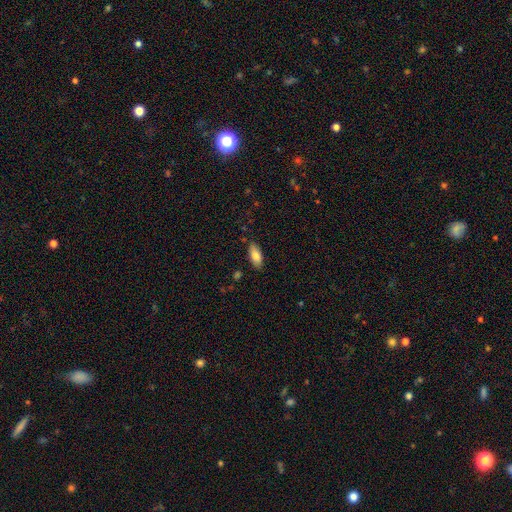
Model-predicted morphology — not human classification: Smooth or featured: smooth — 82% (featured or disk — 11%)
How rounded: in between — 82% (cigar-shaped — 16%)
Merging: none — 84% (minor disturbance — 12%)